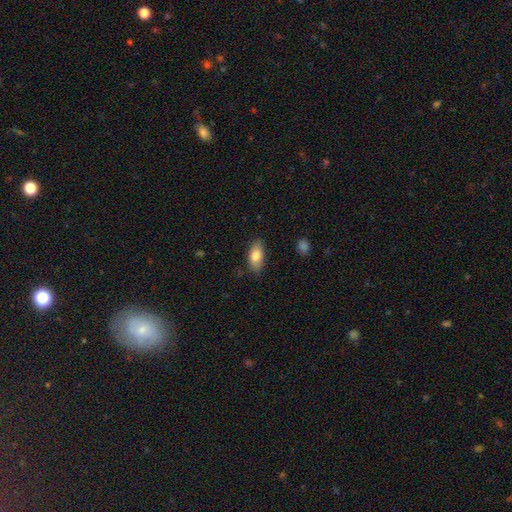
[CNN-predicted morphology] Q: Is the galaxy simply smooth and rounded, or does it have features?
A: smooth — 80%.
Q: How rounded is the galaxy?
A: in between — 89%.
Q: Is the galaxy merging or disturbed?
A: none — 81%.